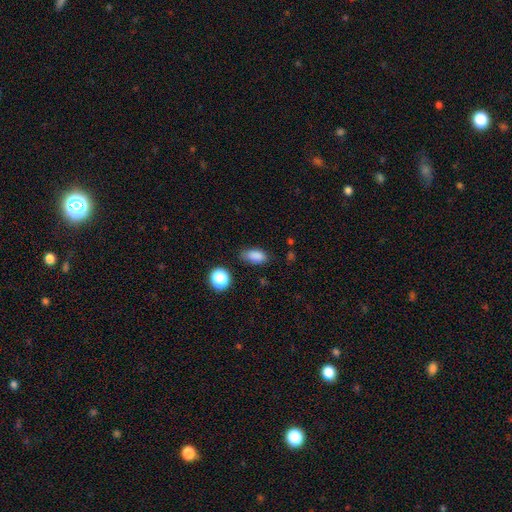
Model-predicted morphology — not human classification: type=smooth (85%); roundness=in between (87%); merging=none (76%).